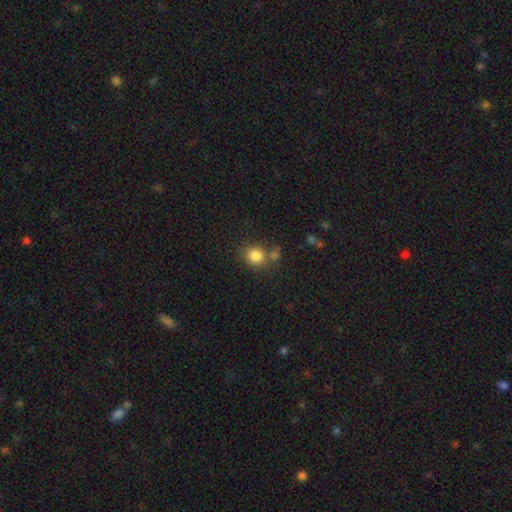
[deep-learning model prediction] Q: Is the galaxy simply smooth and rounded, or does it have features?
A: smooth — 83%.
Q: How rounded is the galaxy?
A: round — 87%.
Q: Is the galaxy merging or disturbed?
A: none — 69%.